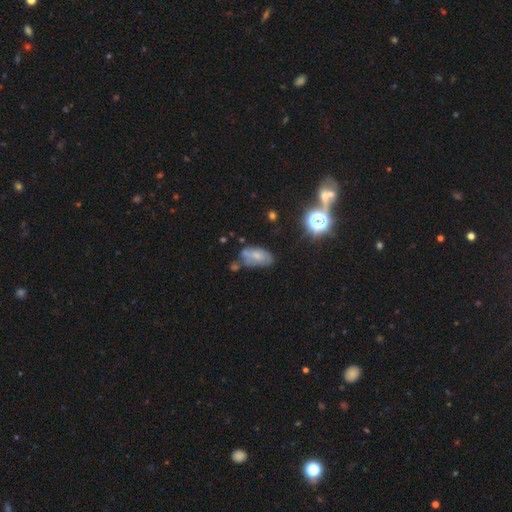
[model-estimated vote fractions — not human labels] Morphology: type=smooth (58%); roundness=in between (90%); merging=none (47%).